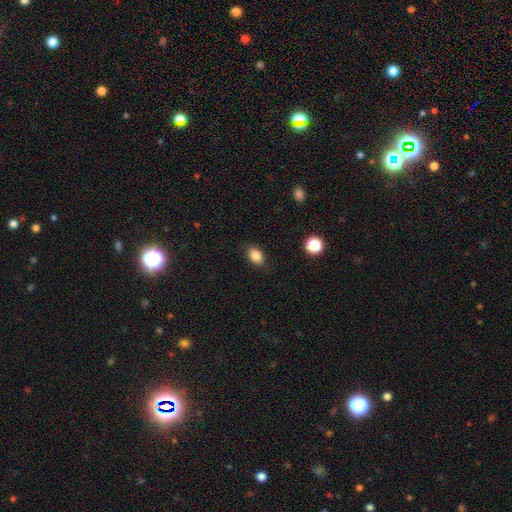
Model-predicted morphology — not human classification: This is clearly a smooth galaxy (85%). How rounded: likely in between (79%). Merging: clearly none (82%).